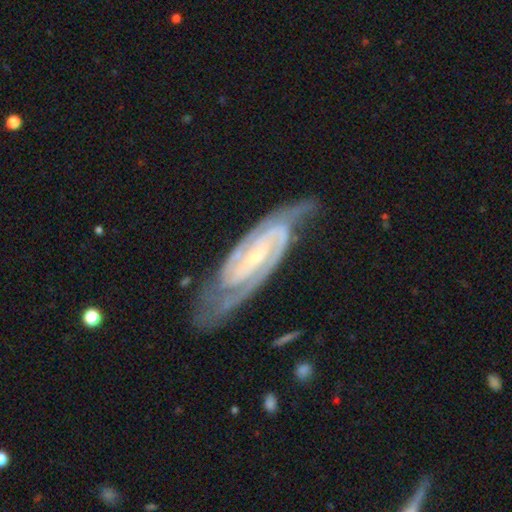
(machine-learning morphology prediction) Q: Smooth or featured?
A: featured or disk (92%); runner-up: star or artifact (4%)
Q: Edge-on disk?
A: no (93%); runner-up: yes (7%)
Q: Bar?
A: strong (38%); runner-up: weak (37%)
Q: Spiral arms?
A: yes (98%); runner-up: no (2%)
Q: Spiral winding?
A: tight (62%); runner-up: medium (33%)
Q: Spiral arm count?
A: 2 (85%); runner-up: 3 (6%)
Q: Bulge size?
A: small (73%); runner-up: moderate (20%)
Q: Merging?
A: none (74%); runner-up: minor disturbance (18%)